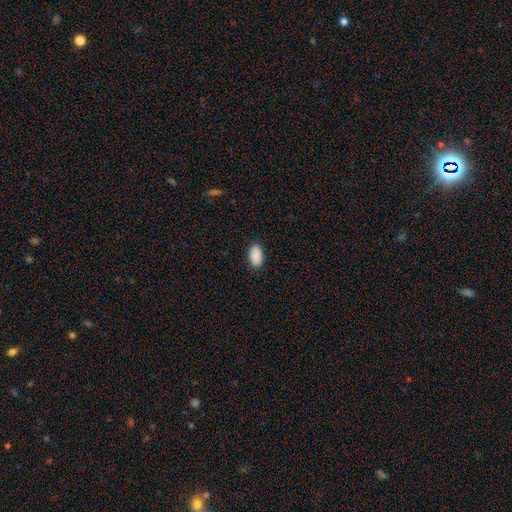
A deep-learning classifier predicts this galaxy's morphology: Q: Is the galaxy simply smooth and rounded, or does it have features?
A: smooth — 91%.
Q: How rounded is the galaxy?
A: in between — 95%.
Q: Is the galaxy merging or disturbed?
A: none — 90%.